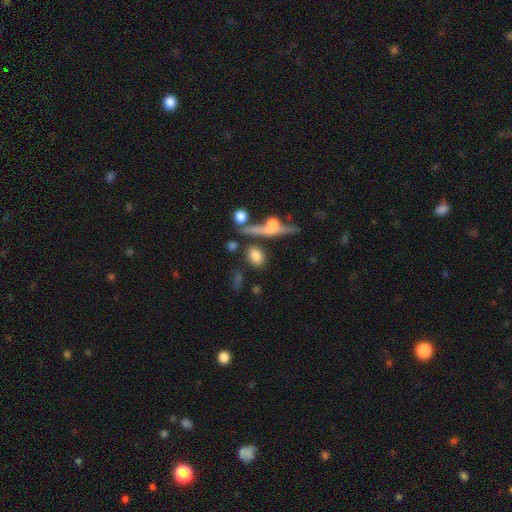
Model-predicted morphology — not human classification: smooth_or_featured: smooth (p=0.70) [alt: featured or disk p=0.20]
how_rounded: in between (p=0.69) [alt: round p=0.22]
merging: none (p=0.65) [alt: minor disturbance p=0.14]